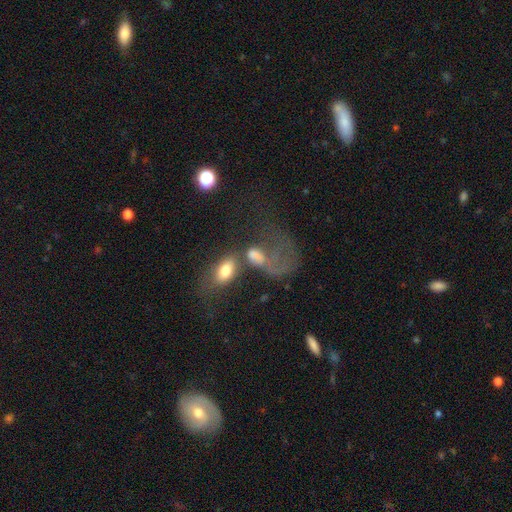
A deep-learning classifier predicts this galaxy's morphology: Smooth or featured?
  - smooth: 53% *
  - featured or disk: 35%
  - star or artifact: 12%
How rounded?
  - in between: 78% *
  - round: 17%
  - cigar-shaped: 5%
Merging?
  - merger: 40% *
  - major disturbance: 37%
  - none: 15%
  - minor disturbance: 8%